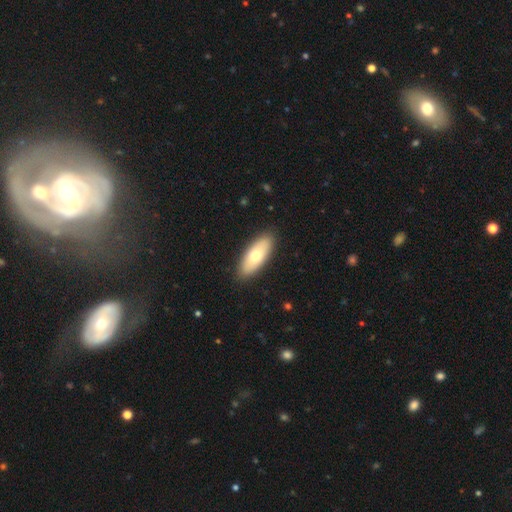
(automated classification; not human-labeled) The model was most divided on "smooth or featured": smooth: 66%, featured or disk: 28%, star or artifact: 5%. More confident: merging — none (89%); how rounded — in between (80%).